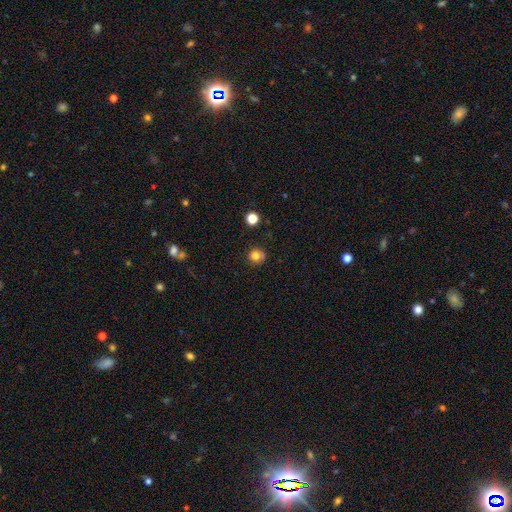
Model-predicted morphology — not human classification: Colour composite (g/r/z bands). It shows a smooth galaxy with no disk features (79%) that is round (88%). Merging: none (73%).